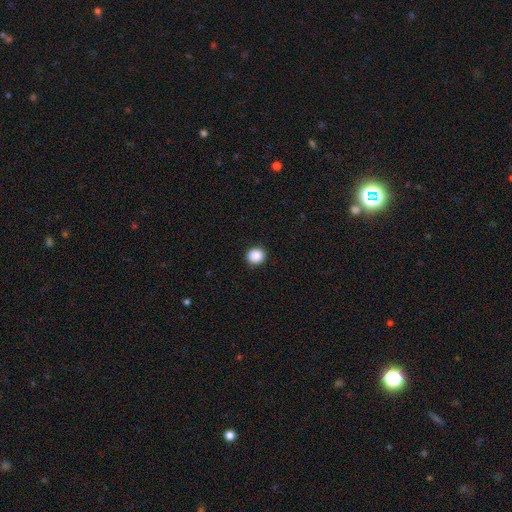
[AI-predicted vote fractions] A smooth galaxy with no disk features (89%) that is round (91%).

Vote fractions:
- Smooth or featured? smooth: 89% / star or artifact: 9% / featured or disk: 2%
- How rounded? round: 91% / in between: 8% / cigar-shaped: 1%
- Merging? none: 92% / minor disturbance: 6% / major disturbance: 2% / merger: 1%